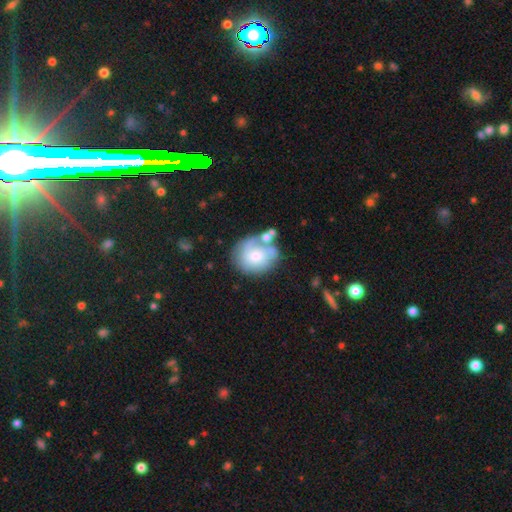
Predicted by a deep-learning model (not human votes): A featured or disk galaxy (52%) with no bar (77%), spiral arms (71%) and a moderate central bulge (47%). Merging: none (52%).